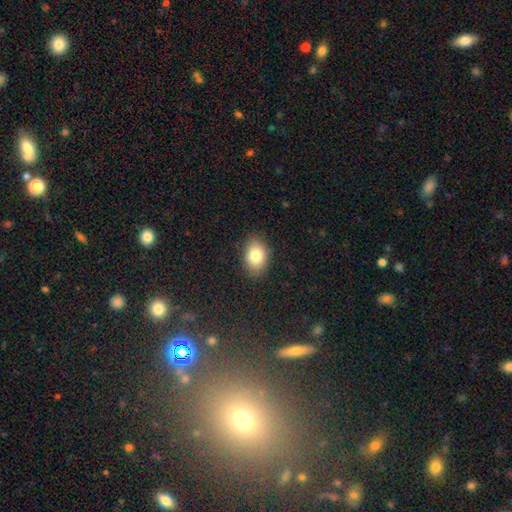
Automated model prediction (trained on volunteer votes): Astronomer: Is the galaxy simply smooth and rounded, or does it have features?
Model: smooth — 82%.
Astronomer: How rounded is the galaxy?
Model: in between — 81%.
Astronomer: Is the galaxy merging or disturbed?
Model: none — 87%.